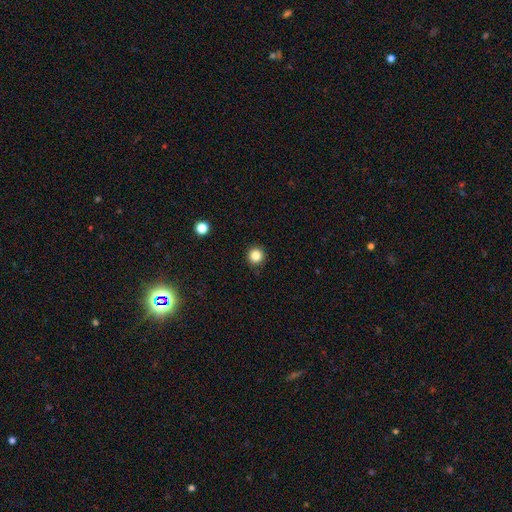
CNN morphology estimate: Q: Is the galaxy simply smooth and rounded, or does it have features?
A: smooth — 84%.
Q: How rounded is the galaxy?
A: round — 95%.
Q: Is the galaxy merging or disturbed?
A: none — 92%.